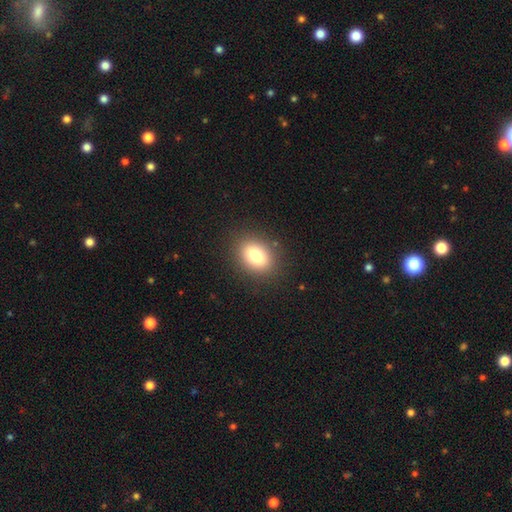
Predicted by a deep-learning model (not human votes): Smooth or featured?
  - smooth: 81% *
  - star or artifact: 10%
  - featured or disk: 9%
How rounded?
  - in between: 72% *
  - round: 27%
  - cigar-shaped: 1%
Merging?
  - none: 87% *
  - minor disturbance: 9%
  - major disturbance: 3%
  - merger: 1%